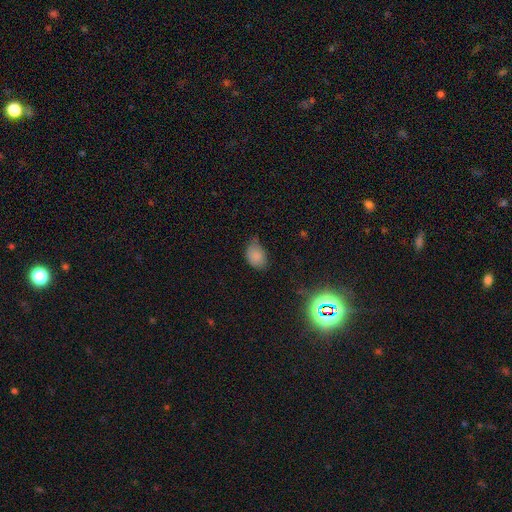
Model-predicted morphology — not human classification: A smooth galaxy with no disk features (81%) that is in between round and cigar-shaped (78%). Merging: none (49%).